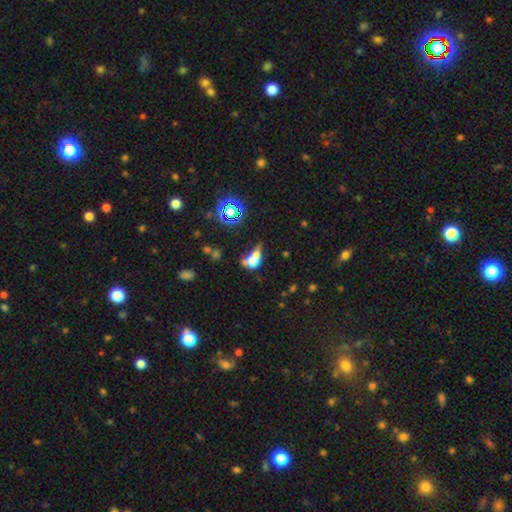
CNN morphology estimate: type=smooth (52%); roundness=in between (58%); merging=merger (51%).